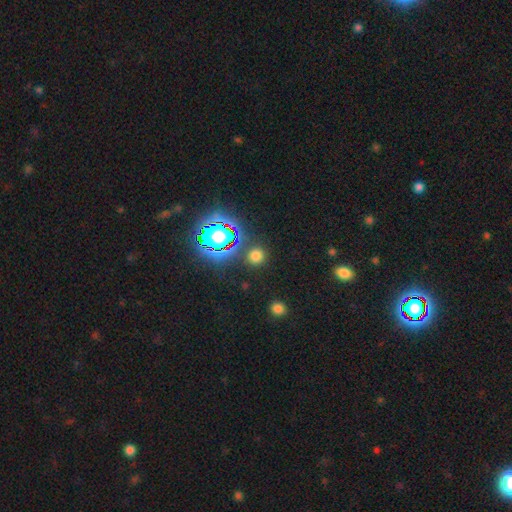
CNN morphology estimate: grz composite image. It shows a smooth galaxy with no disk features (64%) that is round (92%). Merging: none (87%).